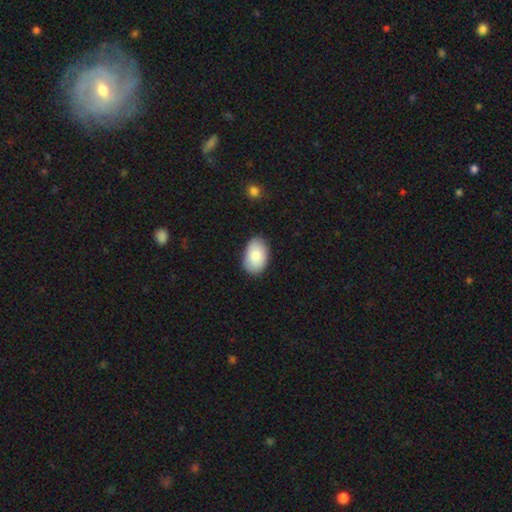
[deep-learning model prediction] This is clearly a smooth galaxy (85%). How rounded: clearly in between (91%). Merging: clearly none (86%).